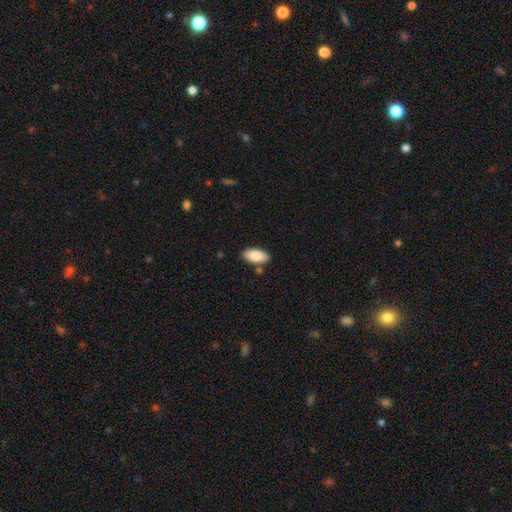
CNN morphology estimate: smooth 86%, featured or disk 8%, star or artifact 6%. Down the decision tree: how rounded — in between (93%); merging — none (83%).